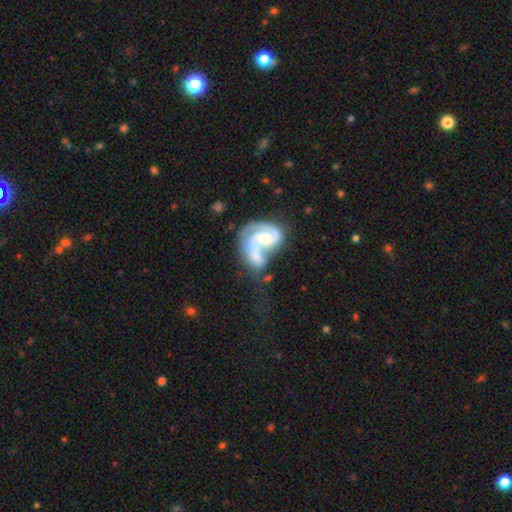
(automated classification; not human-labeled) This appears to be a featured or disk galaxy (72%) with no bar (61%), 2 (57%) medium (45%) spiral arms (84%) and a moderate central bulge (44%). Merging: merger (57%).